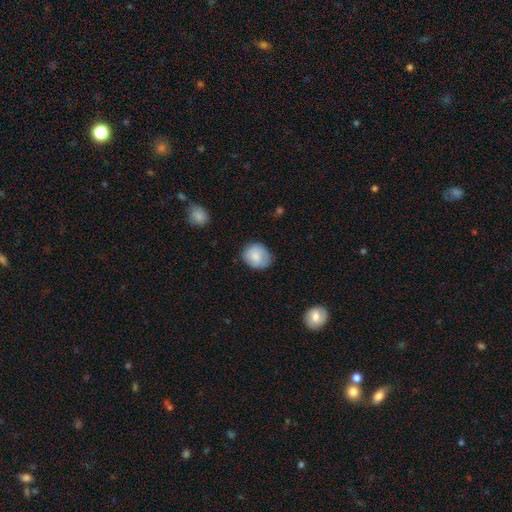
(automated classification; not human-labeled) Overall: smooth (79%). How rounded: round (71%). Merging: none (73%).